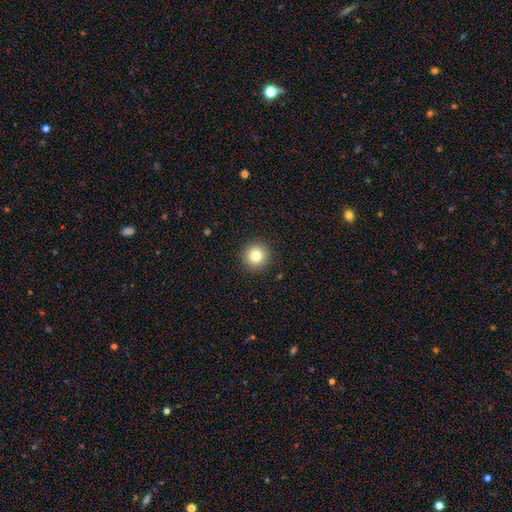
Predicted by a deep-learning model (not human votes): Smooth or featured? Predicted: smooth (p=0.82). How rounded? Predicted: round (p=0.95). Merging? Predicted: none (p=0.92).